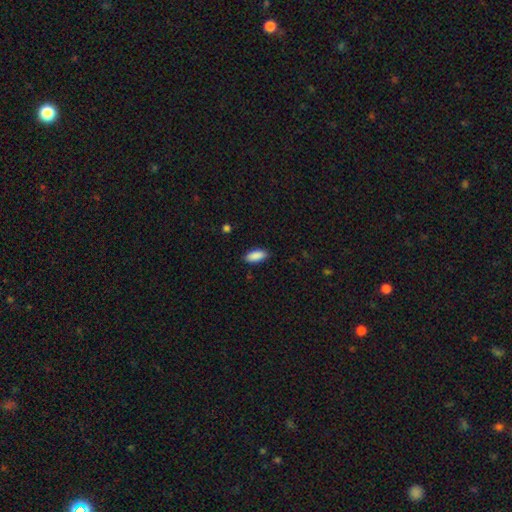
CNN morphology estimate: Smooth or featured?
  - smooth: 90% *
  - star or artifact: 6%
  - featured or disk: 4%
How rounded?
  - in between: 86% *
  - cigar-shaped: 12%
  - round: 2%
Merging?
  - none: 88% *
  - minor disturbance: 9%
  - major disturbance: 2%
  - merger: 1%